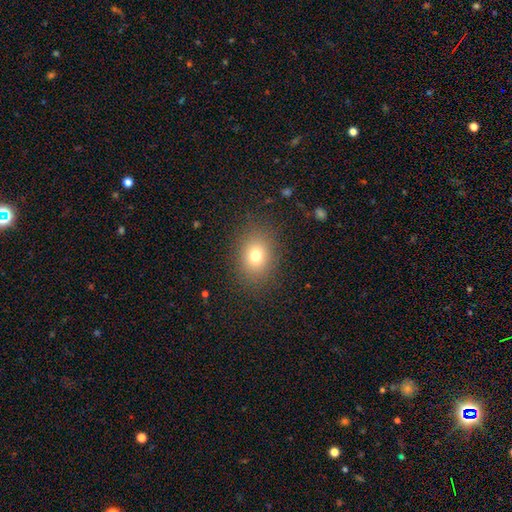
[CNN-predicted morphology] This is likely a smooth galaxy (74%). How rounded: possibly in between (54%). Merging: clearly none (85%).